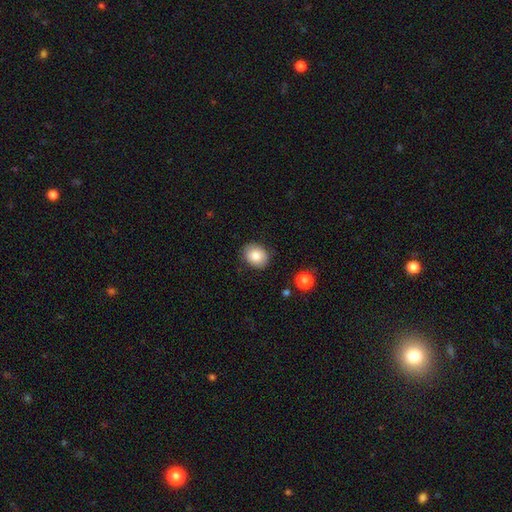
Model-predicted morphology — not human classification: The model was most divided on "how rounded": round: 53%, in between: 46%, cigar-shaped: 1%. More confident: merging — none (85%); smooth or featured — smooth (83%).